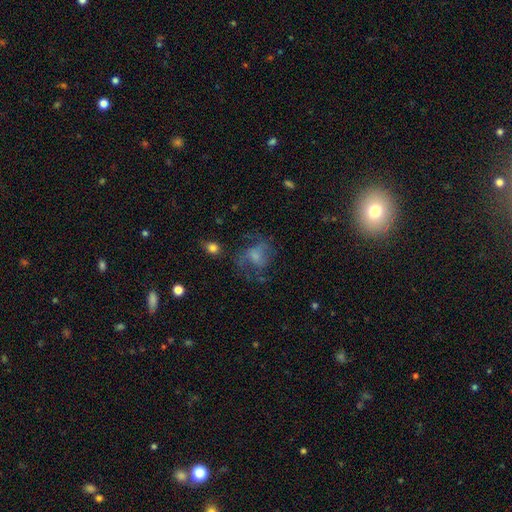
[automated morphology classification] Smooth or featured?
  - featured or disk: 46% *
  - smooth: 41%
  - star or artifact: 13%
Merging?
  - none: 42% *
  - major disturbance: 35%
  - minor disturbance: 20%
  - merger: 3%